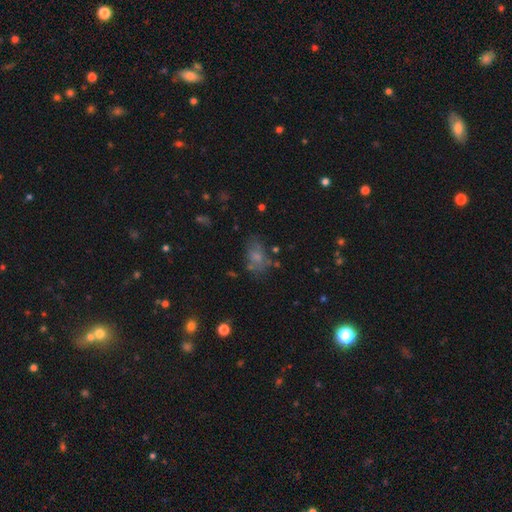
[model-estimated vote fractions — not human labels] Q: Smooth or featured?
A: smooth (56%); runner-up: star or artifact (27%)
Q: How rounded?
A: in between (74%); runner-up: round (23%)
Q: Merging?
A: none (67%); runner-up: minor disturbance (19%)